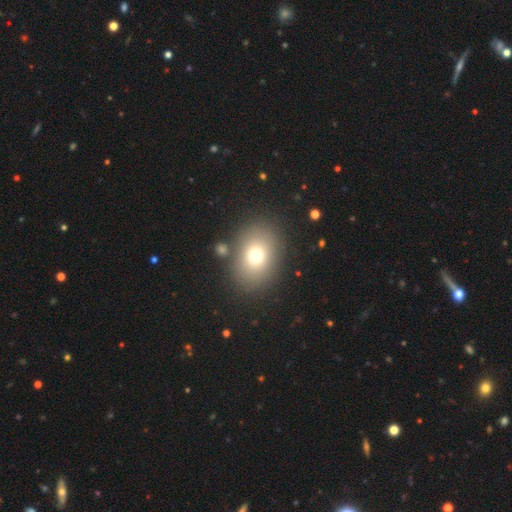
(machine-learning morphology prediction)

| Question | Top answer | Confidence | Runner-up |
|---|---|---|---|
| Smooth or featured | smooth | 74% | star or artifact (13%) |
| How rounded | in between | 62% | round (37%) |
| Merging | none | 81% | minor disturbance (10%) |